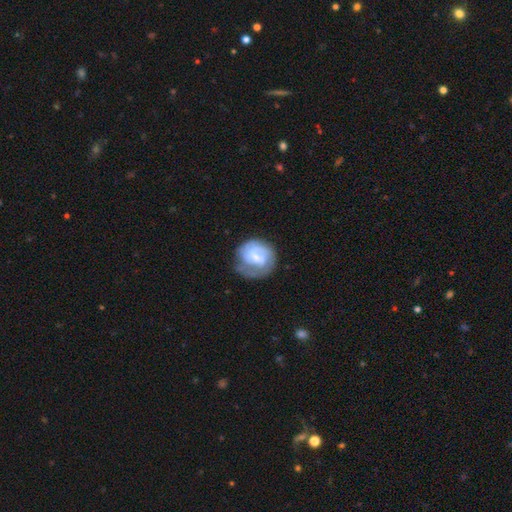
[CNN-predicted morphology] smooth_or_featured: featured or disk (p=0.68) [alt: smooth p=0.26]
disk_edge_on: no (p=0.98) [alt: yes p=0.02]
bar: weak (p=0.52) [alt: no p=0.32]
has_spiral_arms: yes (p=0.84) [alt: no p=0.16]
spiral_winding: tight (p=0.53) [alt: medium p=0.34]
spiral_arm_count: 2 (p=0.42) [alt: can't tell p=0.28]
bulge_size: small (p=0.53) [alt: moderate p=0.31]
merging: none (p=0.56) [alt: minor disturbance p=0.25]